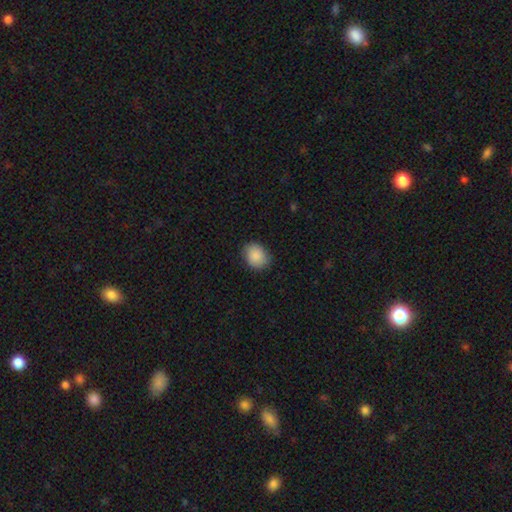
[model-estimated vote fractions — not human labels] This appears to be a smooth galaxy with no disk features (89%) that is round (52%). Merging: none (85%).